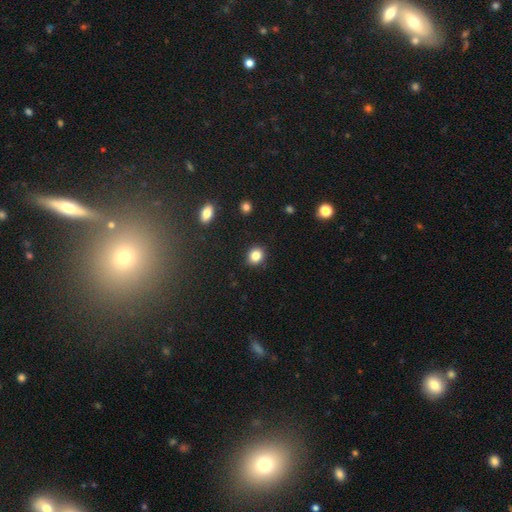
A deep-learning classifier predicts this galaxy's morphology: Smooth or featured: smooth — 84% (star or artifact — 11%)
How rounded: round — 70% (in between — 29%)
Merging: none — 90% (minor disturbance — 7%)